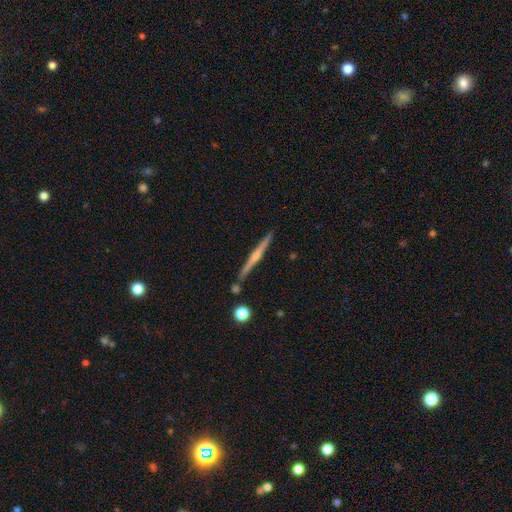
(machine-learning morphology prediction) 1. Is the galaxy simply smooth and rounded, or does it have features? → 76% featured or disk, 17% smooth, 7% star or artifact.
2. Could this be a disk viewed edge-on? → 98% yes, 2% no.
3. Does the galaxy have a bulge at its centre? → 69% rounded, 22% none, 9% boxy.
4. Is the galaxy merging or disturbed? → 87% none, 8% minor disturbance, 3% merger, 2% major disturbance.